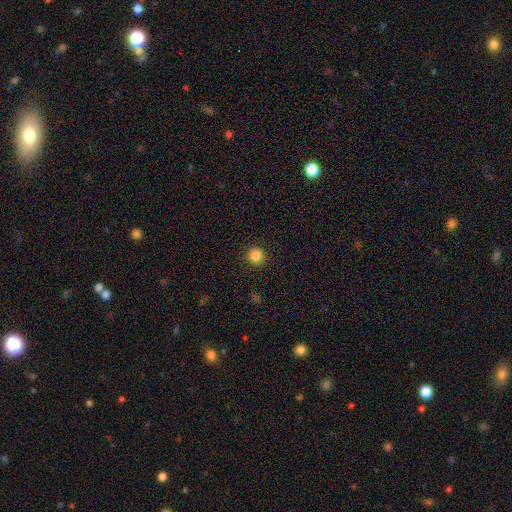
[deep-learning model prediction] Morphology: type=smooth (86%); roundness=round (94%); merging=none (92%).